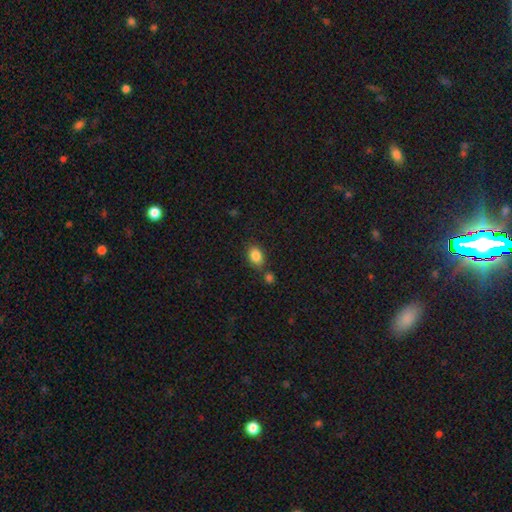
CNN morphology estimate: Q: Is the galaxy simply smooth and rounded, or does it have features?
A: smooth — 86%.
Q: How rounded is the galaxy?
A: in between — 78%.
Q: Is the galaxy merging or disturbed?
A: none — 69%.